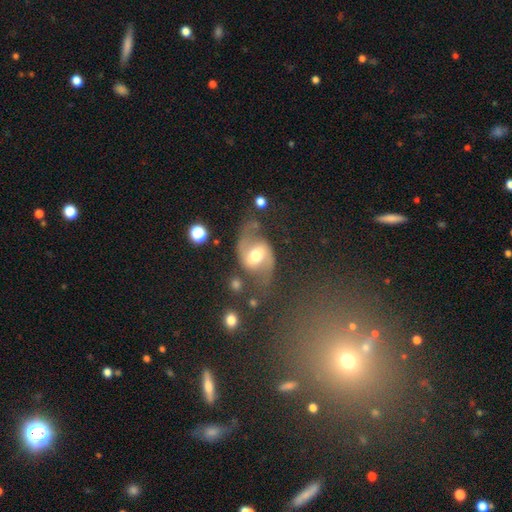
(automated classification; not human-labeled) Smooth or featured? featured or disk (80%)
Edge-on disk? no (97%)
Bar? weak (46%)
Spiral arms? yes (92%)
Spiral winding? loose (56%)
Spiral arm count? 2 (93%)
Bulge size? moderate (70%)
Merging? none (61%)